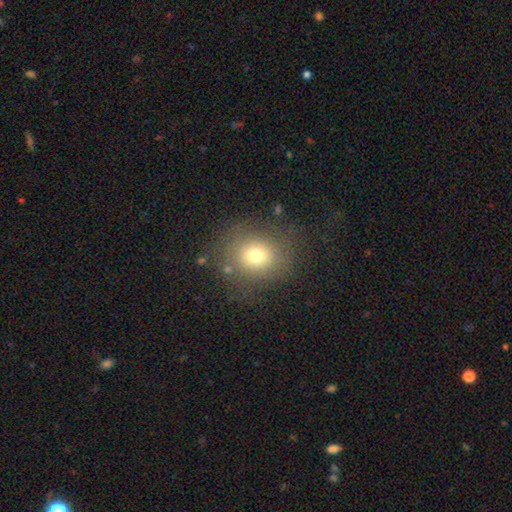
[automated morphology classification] The model was most divided on "how rounded": round: 74%, in between: 25%, cigar-shaped: 1%. More confident: merging — none (76%); smooth or featured — smooth (72%).